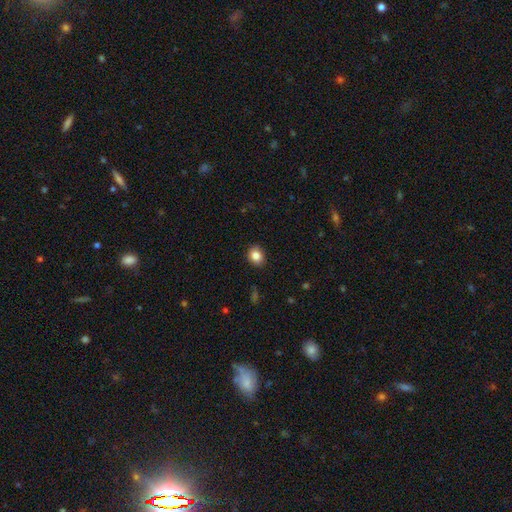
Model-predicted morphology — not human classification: The model was most divided on "how rounded": round: 57%, in between: 42%, cigar-shaped: 1%. More confident: merging — none (89%); smooth or featured — smooth (84%).